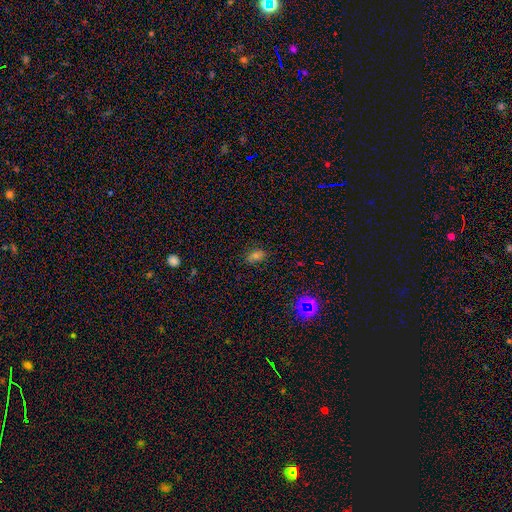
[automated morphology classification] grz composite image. It shows a smooth galaxy with no disk features (60%) that is in between round and cigar-shaped (71%). Merging: none (78%).